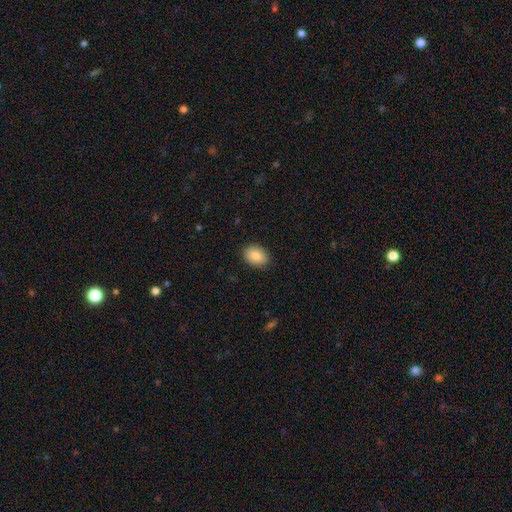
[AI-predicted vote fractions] Overall: smooth (85%). How rounded: in between (70%). Merging: none (88%).